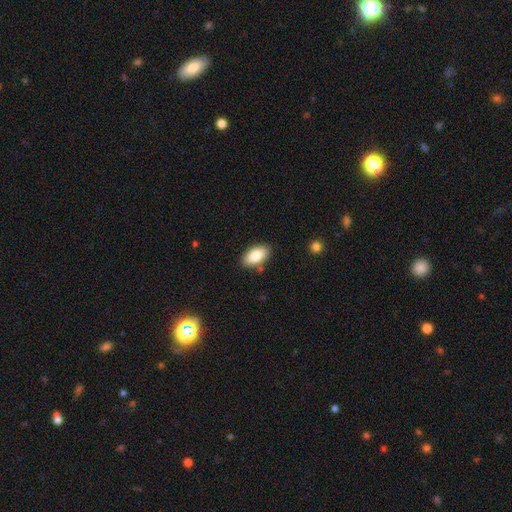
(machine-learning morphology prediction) Smooth or featured? Predicted: smooth (p=0.83). How rounded? Predicted: in between (p=0.93). Merging? Predicted: none (p=0.83).